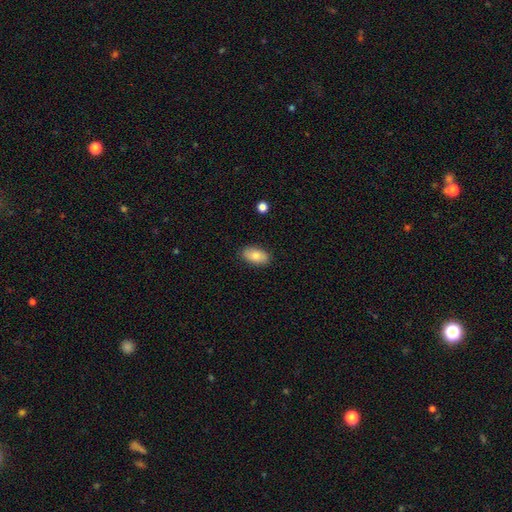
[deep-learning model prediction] A smooth galaxy with no disk features (79%) that is in between round and cigar-shaped (92%).

Vote fractions:
- Smooth or featured? smooth: 79% / featured or disk: 14% / star or artifact: 7%
- How rounded? in between: 92% / round: 5% / cigar-shaped: 2%
- Merging? none: 87% / minor disturbance: 10% / major disturbance: 2% / merger: 1%